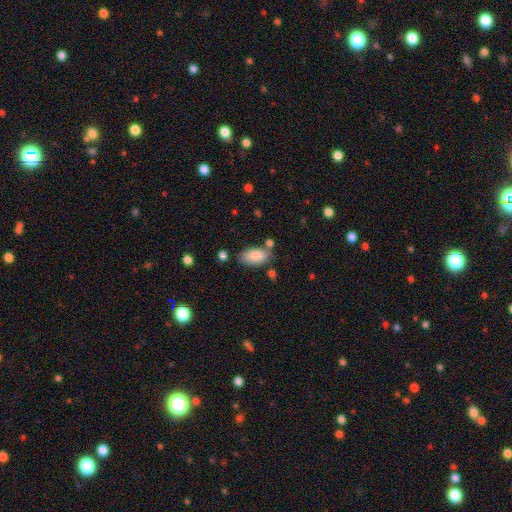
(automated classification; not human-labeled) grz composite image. It shows a smooth galaxy with no disk features (86%) that is in between round and cigar-shaped (92%). Merging: none (68%).